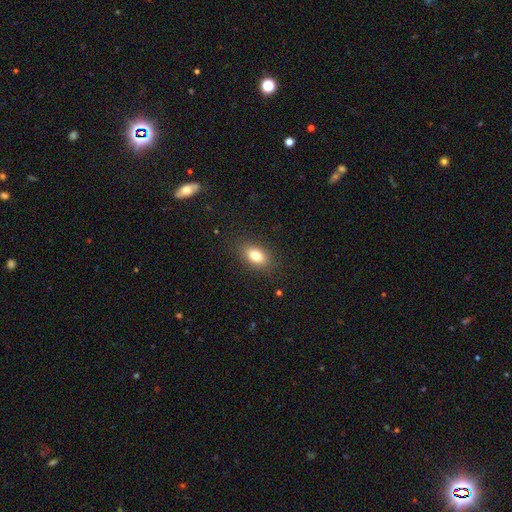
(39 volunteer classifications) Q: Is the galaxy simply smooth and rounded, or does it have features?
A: smooth — 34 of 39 (87%).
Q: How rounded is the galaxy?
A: in between — 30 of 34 (88%).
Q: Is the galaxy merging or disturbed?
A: none — 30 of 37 (81%).